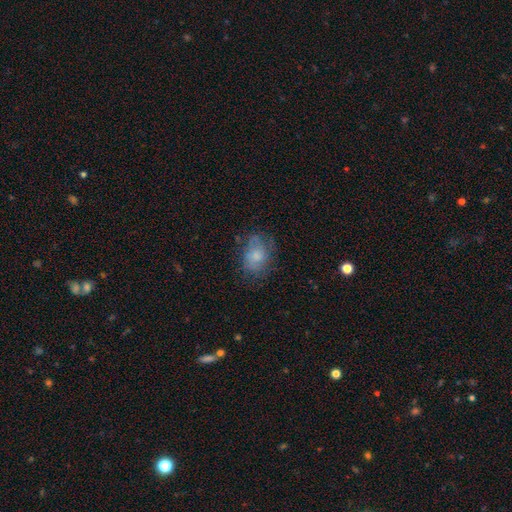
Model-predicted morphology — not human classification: The model was most divided on "smooth or featured": smooth: 58%, featured or disk: 33%, star or artifact: 9%. More confident: how rounded — in between (69%); merging — none (59%).